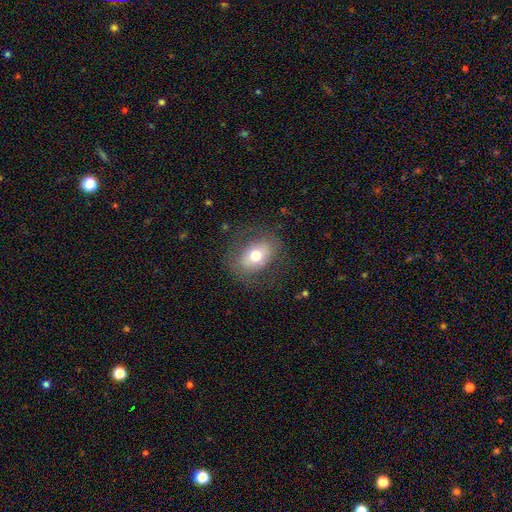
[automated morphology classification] smooth-or-featured: smooth: 66% | featured or disk: 24% | star or artifact: 9%
  how-rounded: in between: 75% | round: 24% | cigar-shaped: 1%
  merging: none: 76% | minor disturbance: 15% | major disturbance: 8% | merger: 1%